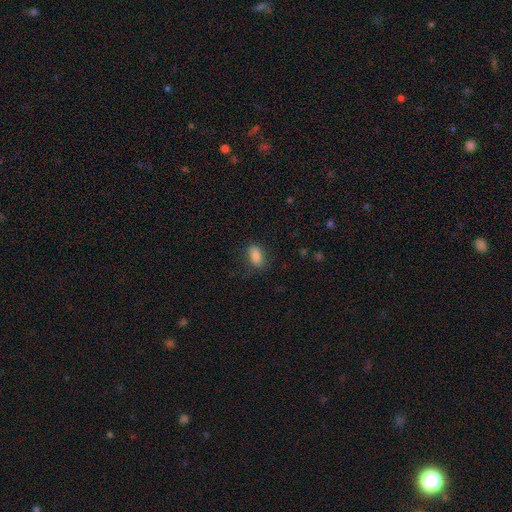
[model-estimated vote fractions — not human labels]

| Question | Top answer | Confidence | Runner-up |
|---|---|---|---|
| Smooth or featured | smooth | 85% | star or artifact (8%) |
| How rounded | in between | 88% | cigar-shaped (7%) |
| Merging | none | 77% | minor disturbance (17%) |